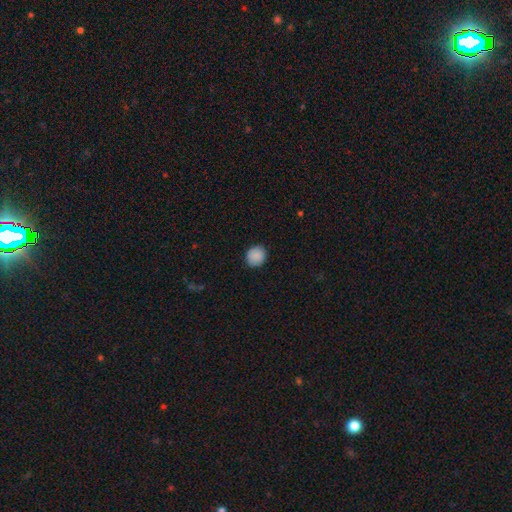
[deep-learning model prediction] The model was most divided on "how rounded": round: 79%, in between: 20%, cigar-shaped: 1%. More confident: smooth or featured — smooth (89%); merging — none (88%).